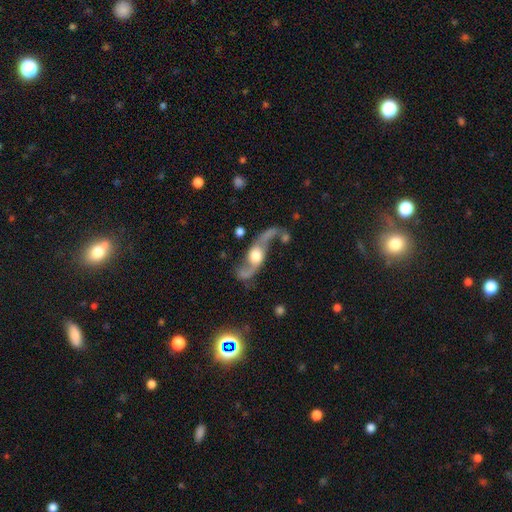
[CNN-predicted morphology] A featured or disk galaxy (85%) with no bar (64%), 2 (93%) loose (85%) spiral arms (93%) and a moderate central bulge (50%). Merging: none (58%).